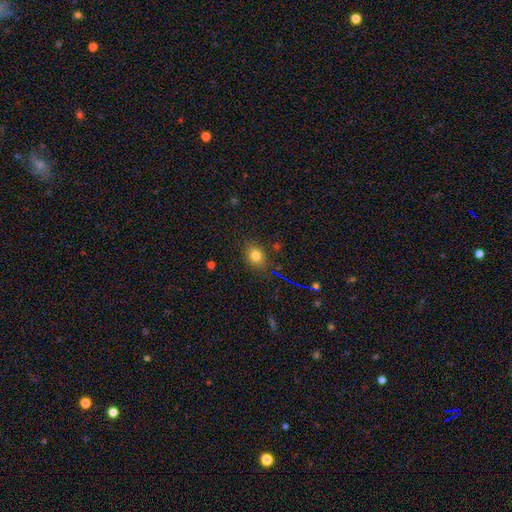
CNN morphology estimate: Smooth or featured? Predicted: smooth (p=0.77). How rounded? Predicted: in between (p=0.52). Merging? Predicted: none (p=0.82).